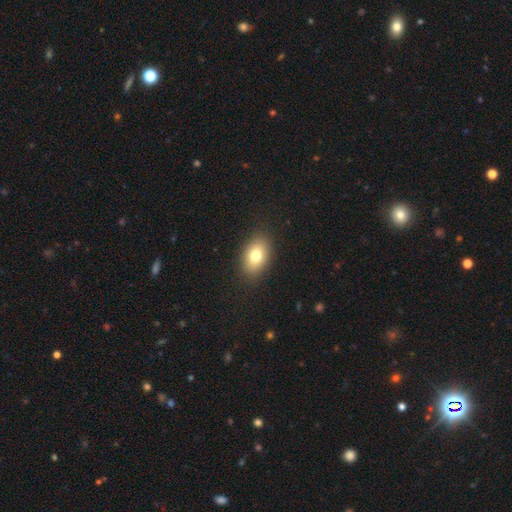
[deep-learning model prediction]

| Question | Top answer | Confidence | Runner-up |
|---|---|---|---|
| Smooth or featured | smooth | 78% | featured or disk (13%) |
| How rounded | in between | 85% | round (13%) |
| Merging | none | 87% | minor disturbance (9%) |